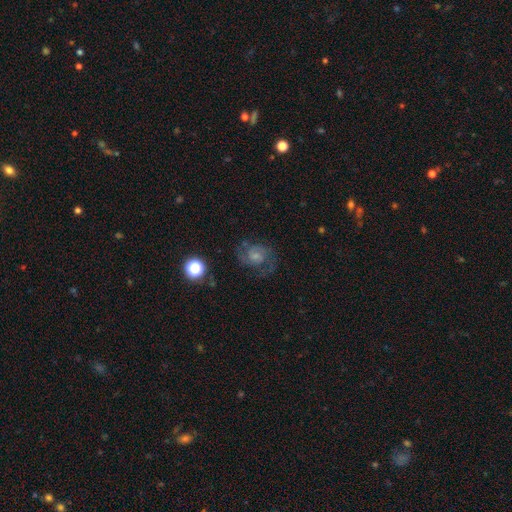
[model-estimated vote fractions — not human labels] Smooth or featured? Predicted: featured or disk (p=0.75). Edge-on disk? Predicted: no (p=0.98). Bar? Predicted: no (p=0.59). Spiral arms? Predicted: yes (p=0.93). Spiral winding? Predicted: medium (p=0.52). Spiral arm count? Predicted: 2 (p=0.79). Bulge size? Predicted: small (p=0.50). Merging? Predicted: none (p=0.67).